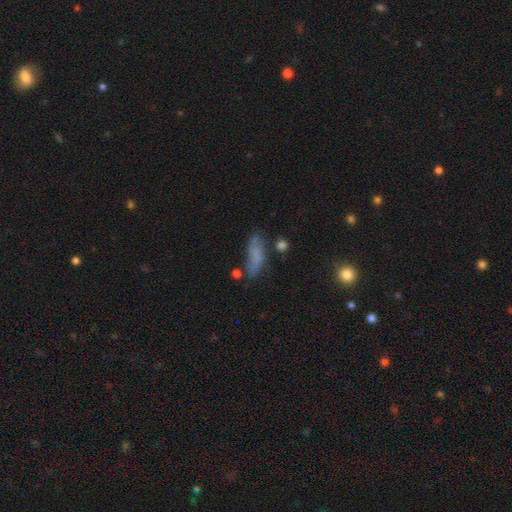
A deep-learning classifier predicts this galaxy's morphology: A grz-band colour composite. It shows a smooth galaxy with no disk features (64%) that is in between round and cigar-shaped (60%). Merging: none (49%).